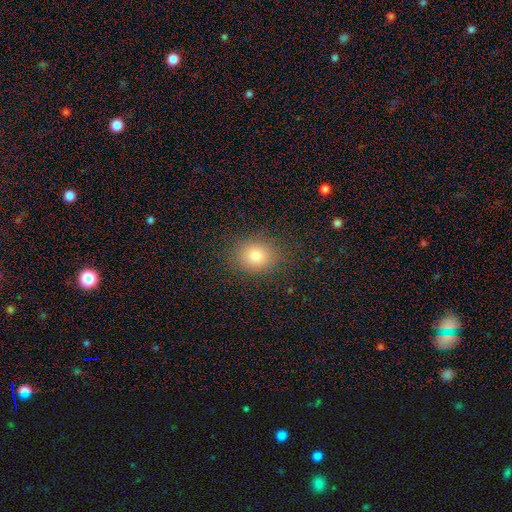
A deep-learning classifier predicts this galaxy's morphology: Smooth or featured? smooth (83%)
How rounded? round (55%)
Merging? none (86%)